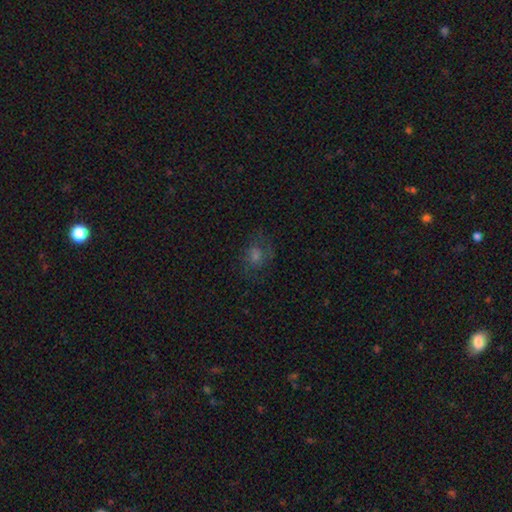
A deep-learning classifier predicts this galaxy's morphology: A smooth galaxy with no disk features (46%). Merging: none (67%).